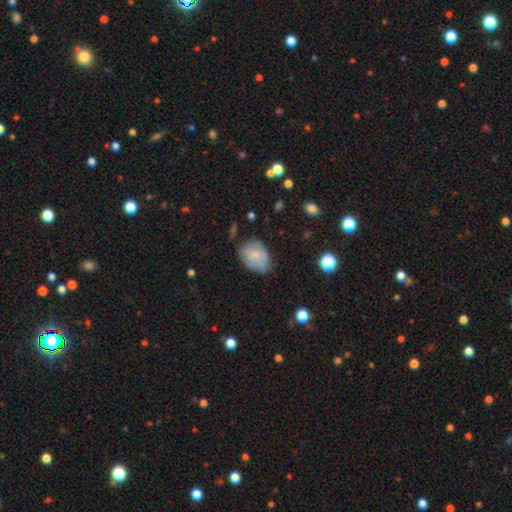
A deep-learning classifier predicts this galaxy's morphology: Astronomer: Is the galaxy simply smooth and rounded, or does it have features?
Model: smooth — 72%.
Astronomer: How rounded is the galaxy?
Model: in between — 73%.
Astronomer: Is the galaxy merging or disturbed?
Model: none — 58%.